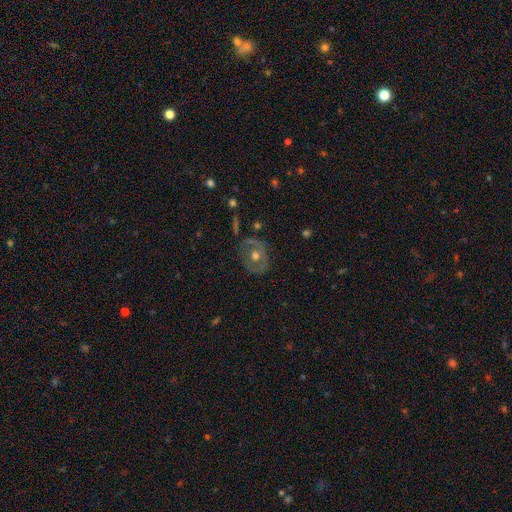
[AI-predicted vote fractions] This appears to be a featured or disk galaxy (59%) with no bar (82%), no spiral arms (77%) and a moderate central bulge (74%). Merging: none (77%).